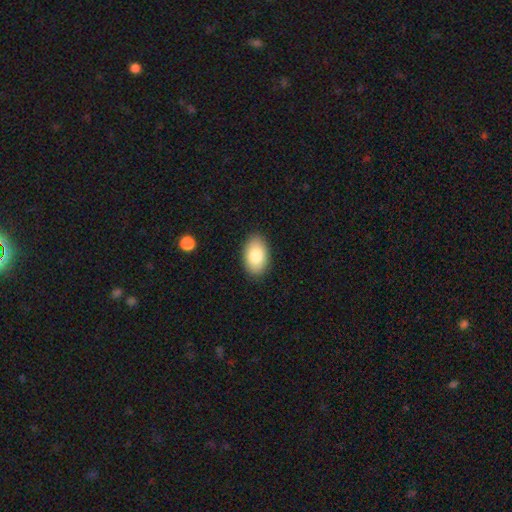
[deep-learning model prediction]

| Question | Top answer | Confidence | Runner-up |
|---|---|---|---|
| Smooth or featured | smooth | 82% | featured or disk (11%) |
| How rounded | in between | 91% | round (8%) |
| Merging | none | 89% | minor disturbance (8%) |